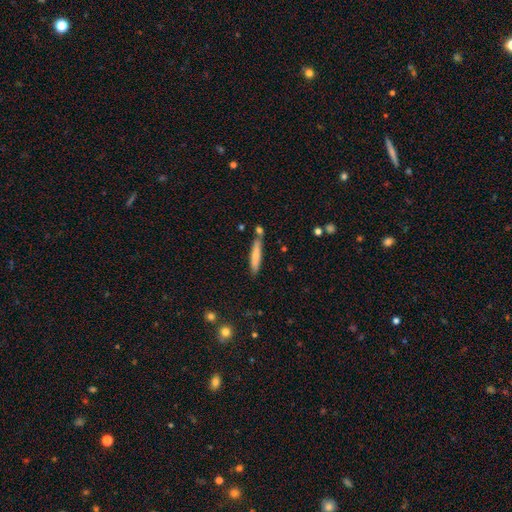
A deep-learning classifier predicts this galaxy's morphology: Smooth or featured? smooth (73%)
How rounded? cigar-shaped (90%)
Merging? none (70%)